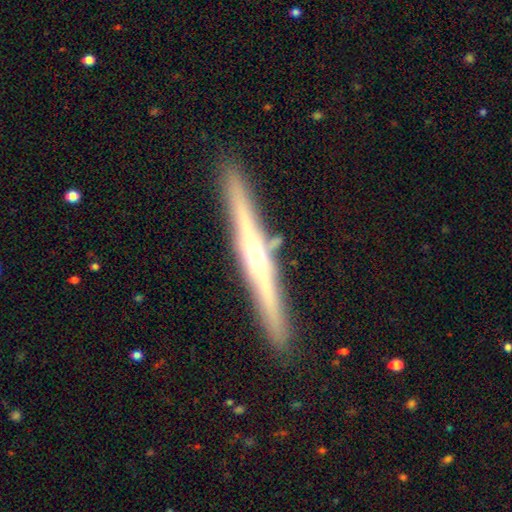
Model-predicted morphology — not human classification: A featured or disk galaxy (75%) viewed edge-on (97%) with a rounded central bulge (79%). Merging: none (91%).